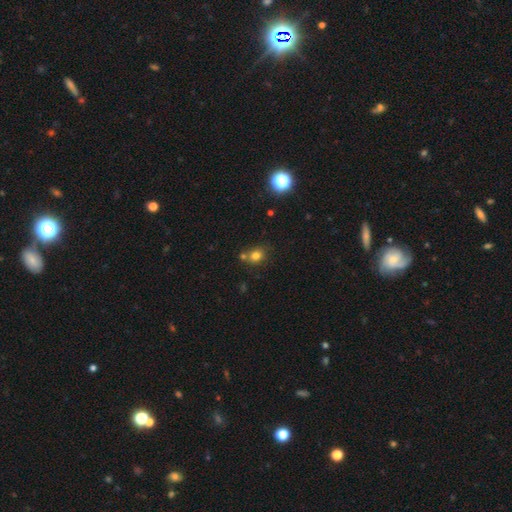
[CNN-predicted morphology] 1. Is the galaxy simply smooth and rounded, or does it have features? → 76% smooth, 16% star or artifact, 8% featured or disk.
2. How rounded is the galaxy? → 72% round, 27% in between, 1% cigar-shaped.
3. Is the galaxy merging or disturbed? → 60% none, 24% merger, 12% minor disturbance, 4% major disturbance.